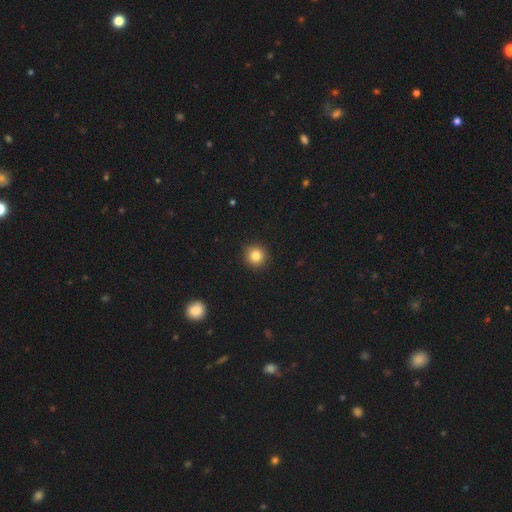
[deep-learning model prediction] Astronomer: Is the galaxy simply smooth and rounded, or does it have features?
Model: smooth — 83%.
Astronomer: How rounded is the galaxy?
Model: round — 94%.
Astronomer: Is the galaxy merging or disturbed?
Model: none — 91%.